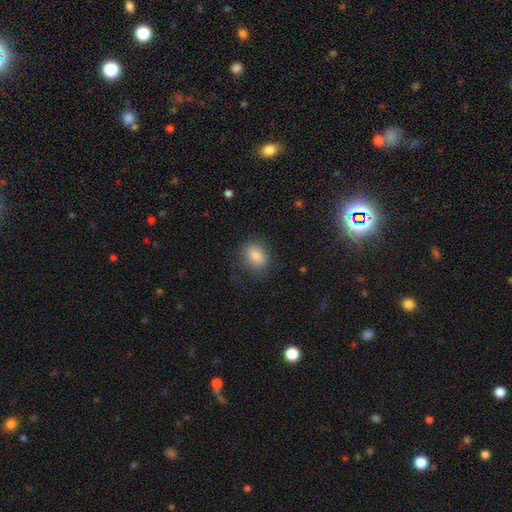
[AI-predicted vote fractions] smooth-or-featured: smooth: 80% | featured or disk: 10% | star or artifact: 10%
  how-rounded: in between: 69% | round: 29% | cigar-shaped: 2%
  merging: none: 78% | minor disturbance: 15% | major disturbance: 6% | merger: 1%